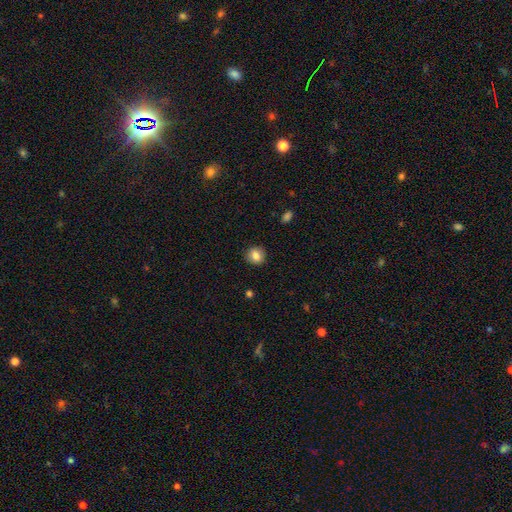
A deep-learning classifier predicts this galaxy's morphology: smooth_or_featured: smooth (p=0.82) [alt: star or artifact p=0.10]
how_rounded: round (p=0.85) [alt: in between p=0.14]
merging: none (p=0.90) [alt: minor disturbance p=0.07]